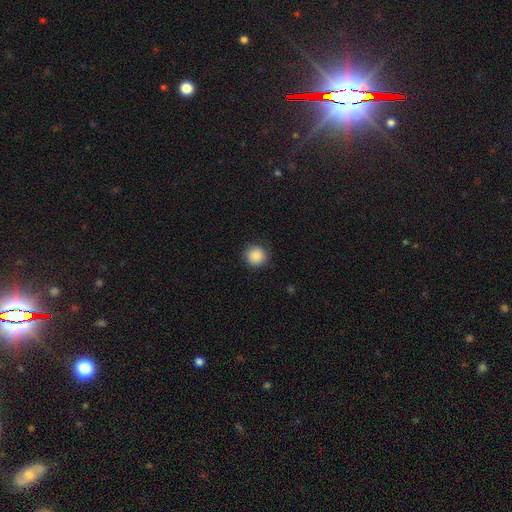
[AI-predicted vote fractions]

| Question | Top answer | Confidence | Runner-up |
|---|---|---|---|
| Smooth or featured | smooth | 88% | star or artifact (9%) |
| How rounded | round | 93% | in between (6%) |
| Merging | none | 90% | minor disturbance (7%) |